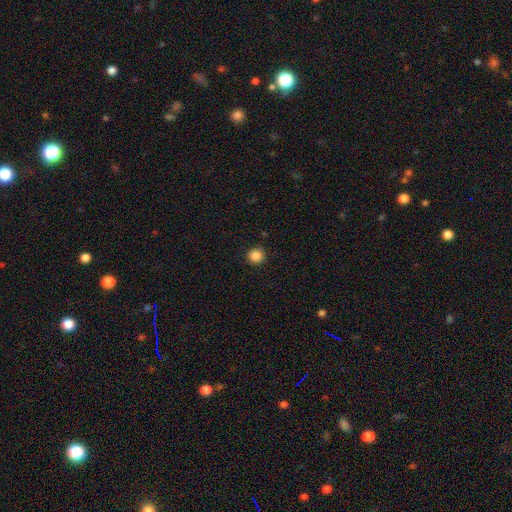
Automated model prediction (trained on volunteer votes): smooth_or_featured: smooth (p=0.86) [alt: star or artifact p=0.11]
how_rounded: round (p=0.94) [alt: in between p=0.05]
merging: none (p=0.91) [alt: minor disturbance p=0.06]